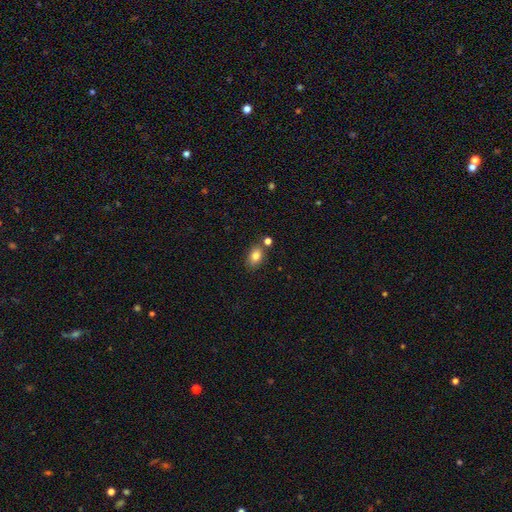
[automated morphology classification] This appears to be a smooth galaxy with no disk features (82%) that is in between round and cigar-shaped (81%). Merging: none (71%).